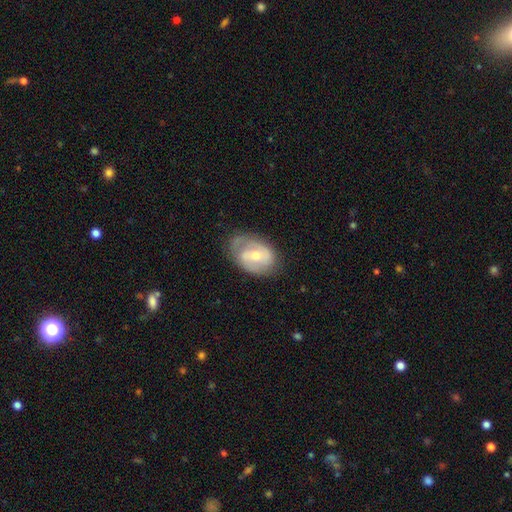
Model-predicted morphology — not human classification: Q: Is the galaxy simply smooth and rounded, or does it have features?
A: featured or disk — 62%.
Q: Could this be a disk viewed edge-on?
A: no — 96%.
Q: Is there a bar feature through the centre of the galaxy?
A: weak — 44%.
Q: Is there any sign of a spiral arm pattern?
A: yes — 69%.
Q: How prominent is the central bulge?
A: moderate — 61%.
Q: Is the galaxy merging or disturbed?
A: none — 60%.